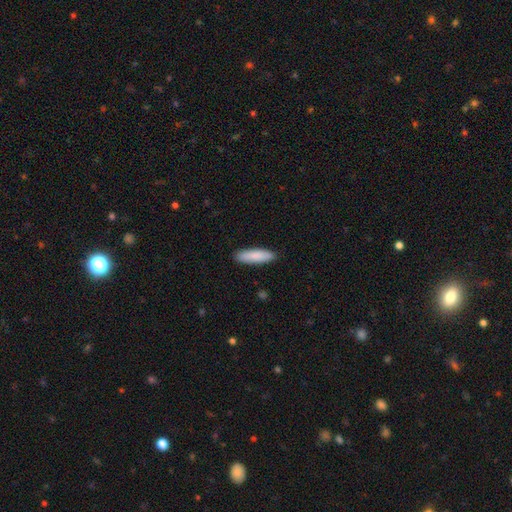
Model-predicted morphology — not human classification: This is clearly a smooth galaxy (87%). How rounded: likely cigar-shaped (64%). Merging: clearly none (90%).